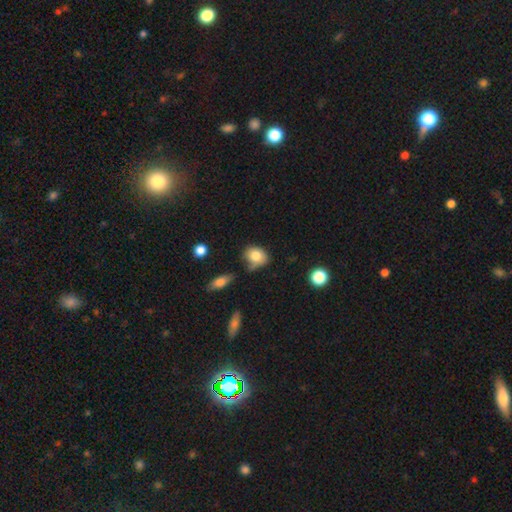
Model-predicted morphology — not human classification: This appears to be a smooth galaxy with no disk features (79%) that is in between round and cigar-shaped (51%). Merging: none (47%).